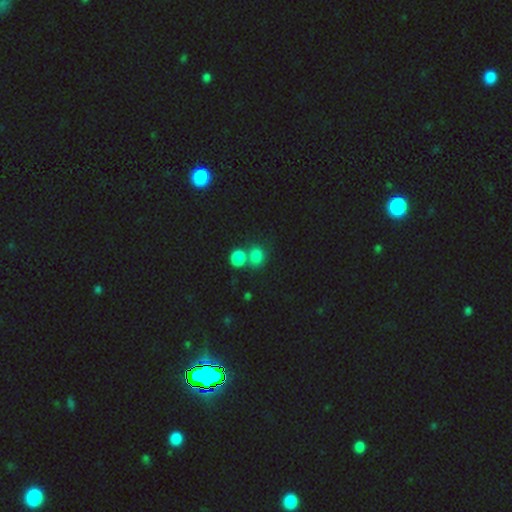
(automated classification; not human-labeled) A smooth galaxy with no disk features (80%) that is round (64%). Merging: none (45%).